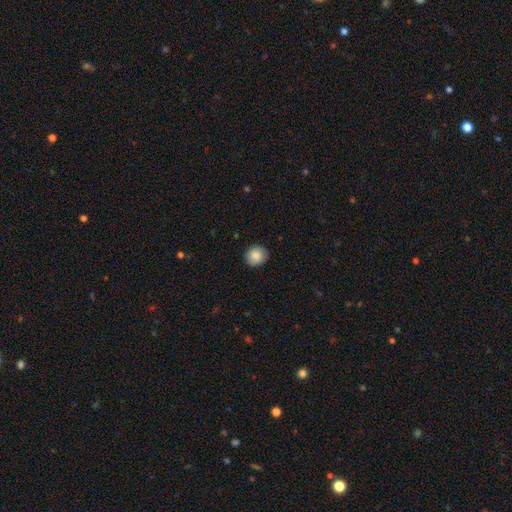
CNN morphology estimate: A smooth galaxy with no disk features (86%) that is round (86%).

Vote fractions:
- Smooth or featured? smooth: 86% / star or artifact: 8% / featured or disk: 6%
- How rounded? round: 86% / in between: 14% / cigar-shaped: 1%
- Merging? none: 88% / minor disturbance: 9% / major disturbance: 2% / merger: 1%